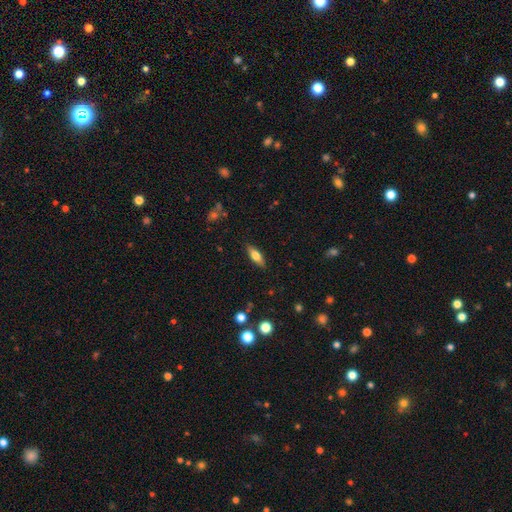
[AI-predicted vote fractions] A smooth galaxy with no disk features (65%) that is in between round and cigar-shaped (65%). Merging: none (87%).